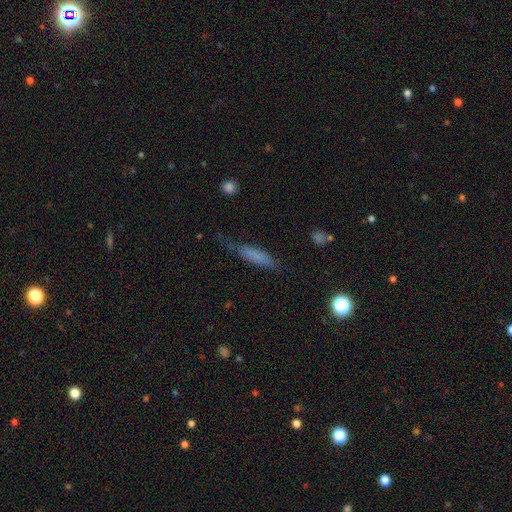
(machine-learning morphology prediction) Overall: smooth (72%). How rounded: cigar-shaped (78%). Merging: none (56%; minor disturbance 28%).